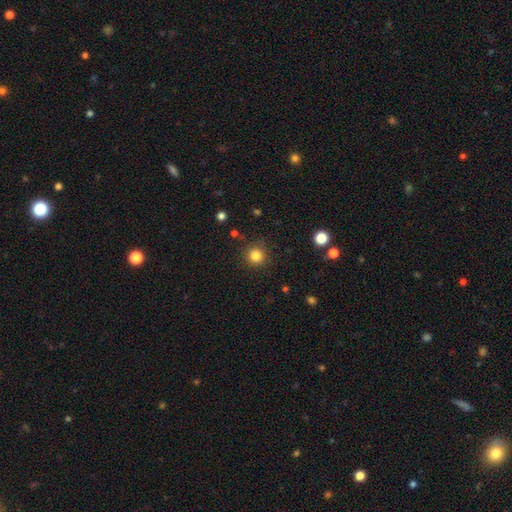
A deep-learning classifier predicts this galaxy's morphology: Smooth or featured: smooth — 83% (star or artifact — 12%)
How rounded: round — 94% (in between — 5%)
Merging: none — 88% (minor disturbance — 8%)